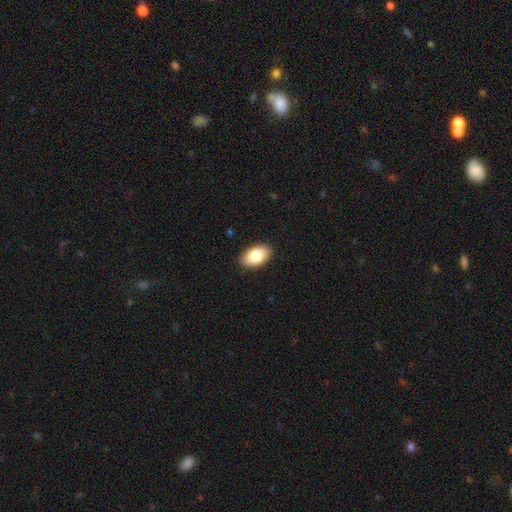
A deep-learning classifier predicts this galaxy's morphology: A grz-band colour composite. It shows a smooth galaxy with no disk features (82%) that is in between round and cigar-shaped (93%). Merging: none (89%).